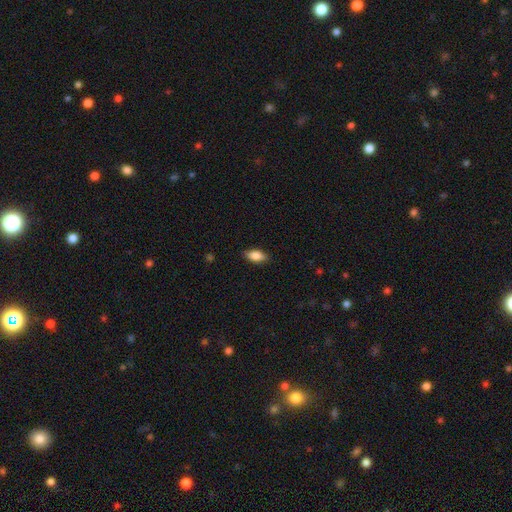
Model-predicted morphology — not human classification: This appears to be a smooth galaxy with no disk features (84%) that is in between round and cigar-shaped (88%). Merging: none (87%).